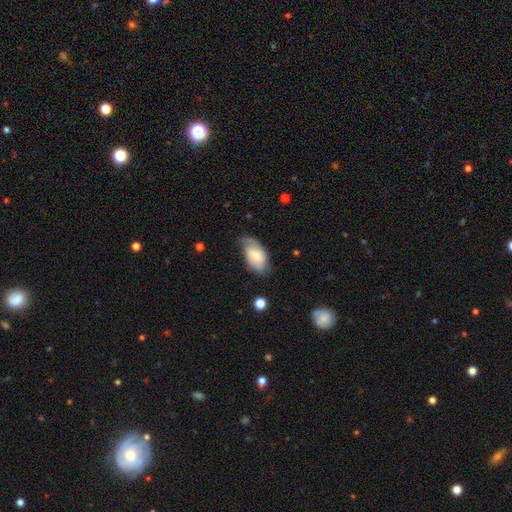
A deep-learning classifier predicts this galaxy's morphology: smooth 59%, featured or disk 34%, star or artifact 7%. Down the decision tree: how rounded — in between (93%); merging — none (53%).